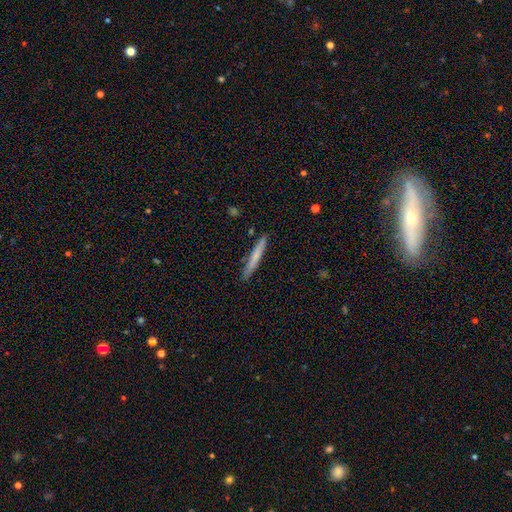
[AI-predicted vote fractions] smooth 66%, featured or disk 28%, star or artifact 6%. Down the decision tree: how rounded — cigar-shaped (96%); merging — none (89%).